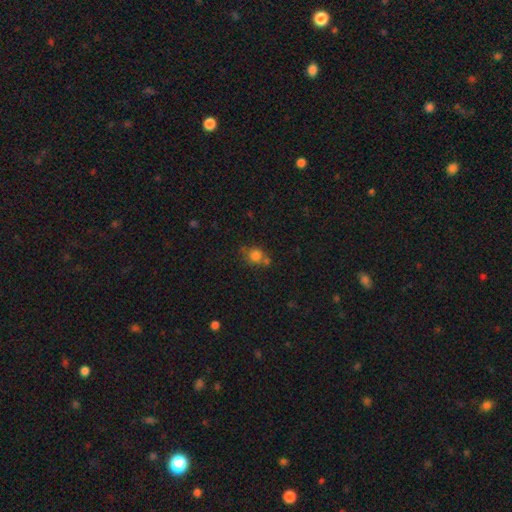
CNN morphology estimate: Smooth or featured: smooth — 77% (star or artifact — 13%)
How rounded: round — 74% (in between — 25%)
Merging: none — 51% (merger — 27%)